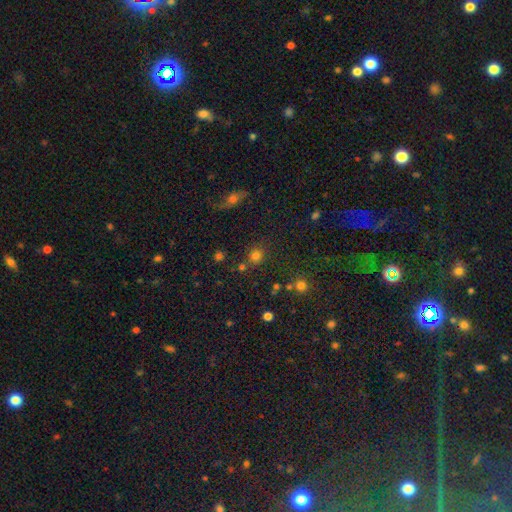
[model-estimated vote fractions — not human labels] Overall: smooth (75%). How rounded: round (84%). Merging: none (76%).